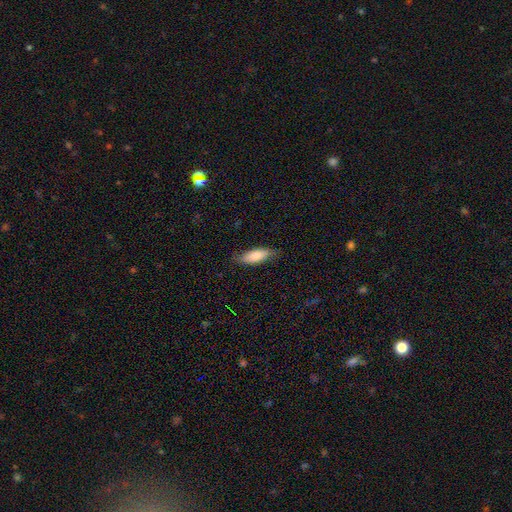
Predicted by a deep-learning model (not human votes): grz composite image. It shows a smooth galaxy with no disk features (77%) that is in between round and cigar-shaped (60%). Merging: none (80%).